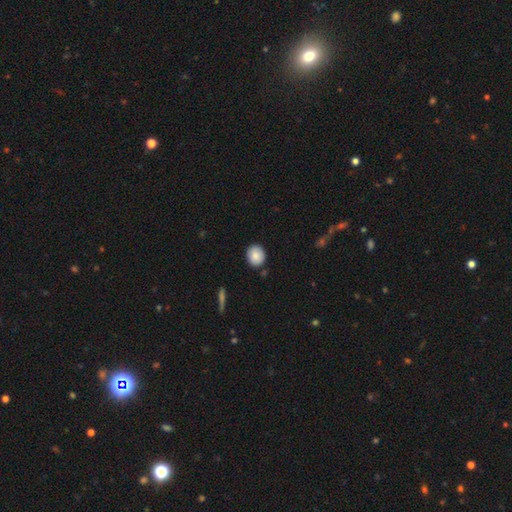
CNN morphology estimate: Smooth or featured?
  - smooth: 85% *
  - featured or disk: 8%
  - star or artifact: 7%
How rounded?
  - round: 83% *
  - in between: 16%
  - cigar-shaped: 1%
Merging?
  - none: 89% *
  - minor disturbance: 8%
  - major disturbance: 2%
  - merger: 2%